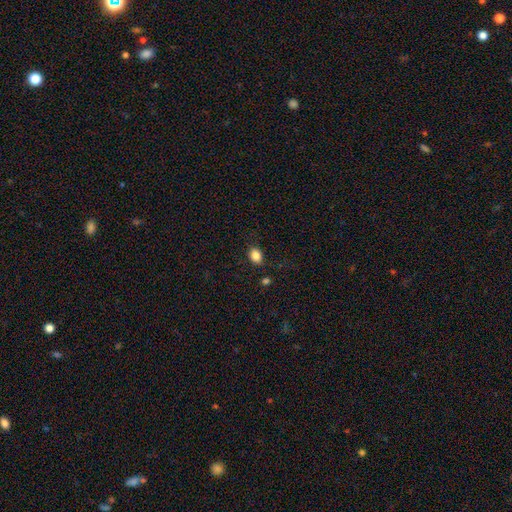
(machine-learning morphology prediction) The model was most divided on "how rounded": in between: 68%, round: 31%, cigar-shaped: 1%. More confident: smooth or featured — smooth (85%); merging — none (84%).